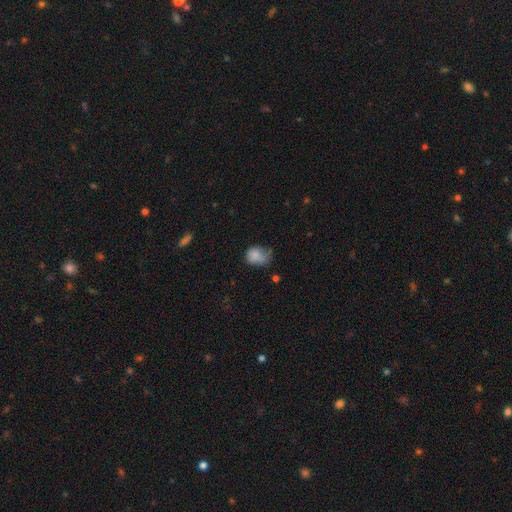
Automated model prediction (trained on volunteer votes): smooth_or_featured: smooth (p=0.79) [alt: featured or disk p=0.12]
how_rounded: in between (p=0.54) [alt: round p=0.45]
merging: minor disturbance (p=0.38) [alt: none p=0.35]